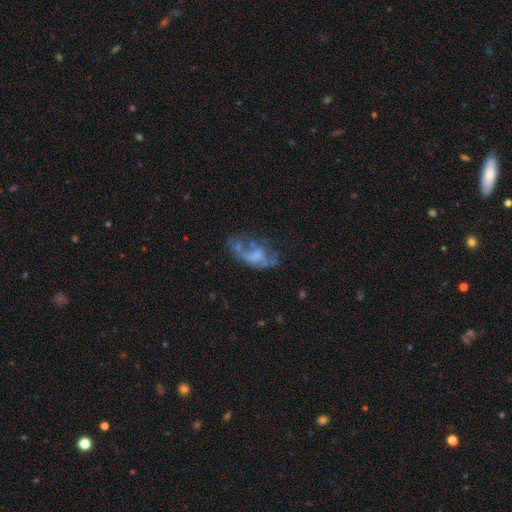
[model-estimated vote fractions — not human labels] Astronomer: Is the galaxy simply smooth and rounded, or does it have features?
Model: featured or disk — 53% (runner-up: smooth, 35%).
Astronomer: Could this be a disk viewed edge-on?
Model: no — 96%.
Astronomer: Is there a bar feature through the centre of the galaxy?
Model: no — 79%.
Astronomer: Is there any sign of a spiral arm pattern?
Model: no — 77%.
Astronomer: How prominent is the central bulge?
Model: none — 54%.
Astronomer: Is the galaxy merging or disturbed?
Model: major disturbance — 35% (runner-up: none, 30%).